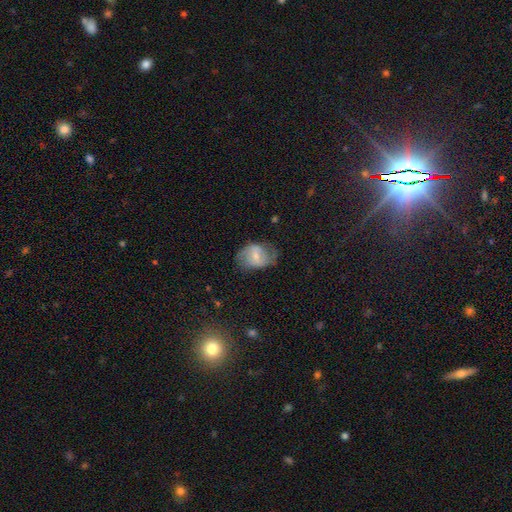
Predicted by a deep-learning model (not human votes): This appears to be a featured or disk galaxy (52%) with a weak bar (50%), spiral arms (72%) and a small central bulge (54%). Merging: none (58%).